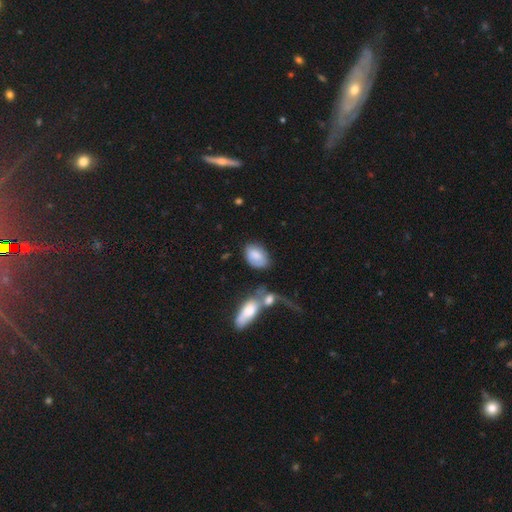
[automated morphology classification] Smooth or featured? smooth (77%)
How rounded? in between (88%)
Merging? none (59%)